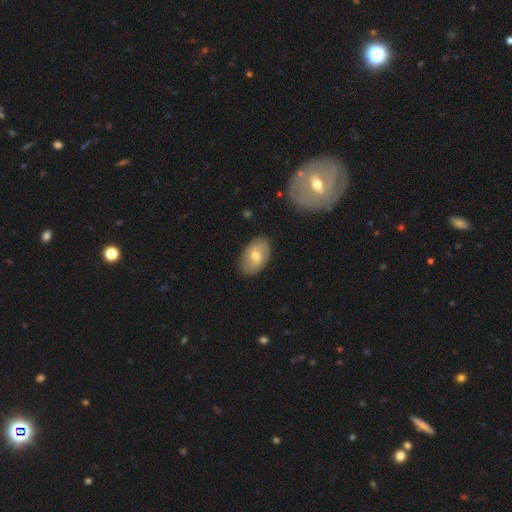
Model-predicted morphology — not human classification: This is possibly a smooth galaxy (58%). How rounded: clearly in between (89%). Merging: clearly none (83%).